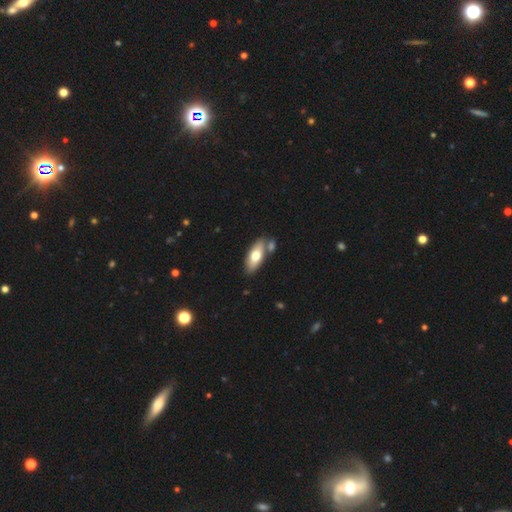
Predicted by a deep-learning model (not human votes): Smooth or featured? Predicted: smooth (p=0.65). How rounded? Predicted: in between (p=0.78). Merging? Predicted: none (p=0.70).